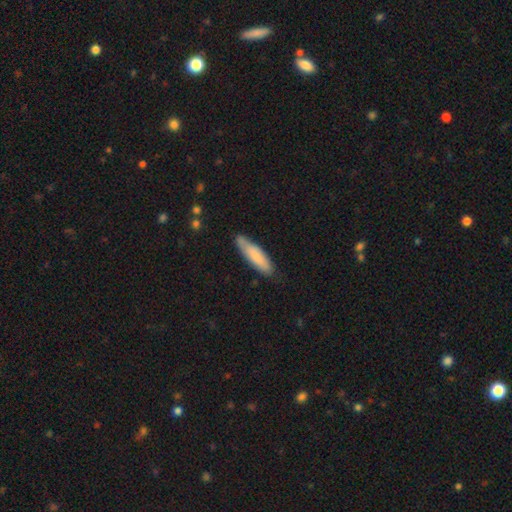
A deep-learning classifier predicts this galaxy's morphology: This is likely a smooth galaxy (76%). How rounded: likely cigar-shaped (70%). Merging: likely none (73%).